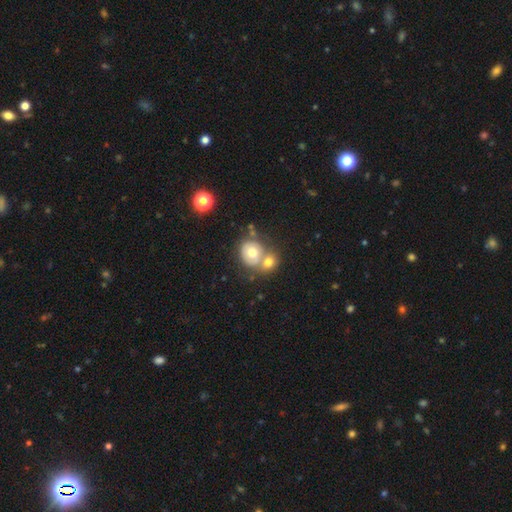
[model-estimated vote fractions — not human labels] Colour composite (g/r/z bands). It shows a smooth galaxy with no disk features (56%) that is round (77%). Merging: merger (48%).